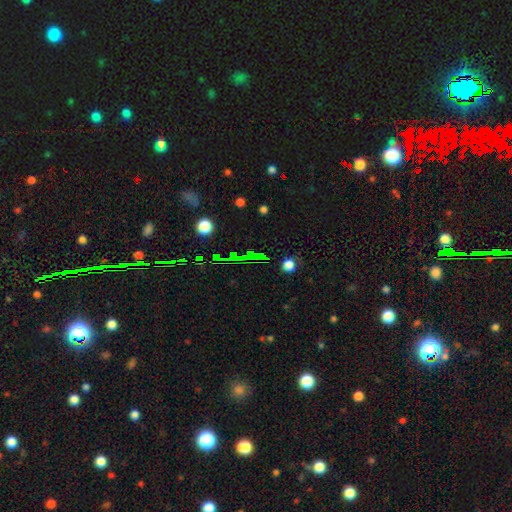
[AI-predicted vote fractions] A star or artifact, not a galaxy (69%).

Vote fractions:
- Smooth or featured? star or artifact: 69% / smooth: 19% / featured or disk: 12%